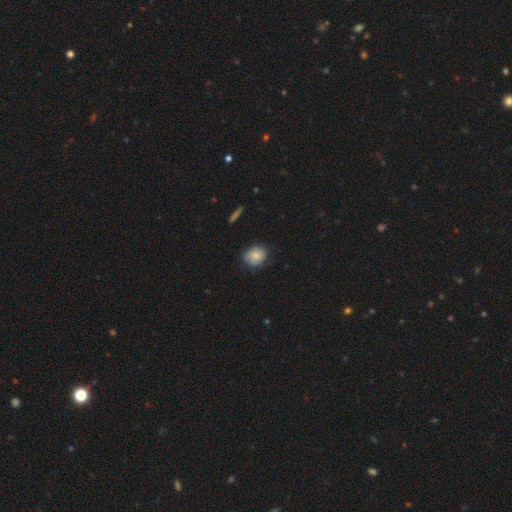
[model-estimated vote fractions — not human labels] Smooth or featured?
  - smooth: 75% *
  - featured or disk: 17%
  - star or artifact: 8%
How rounded?
  - round: 74% *
  - in between: 25%
  - cigar-shaped: 1%
Merging?
  - none: 73% *
  - minor disturbance: 21%
  - major disturbance: 5%
  - merger: 1%